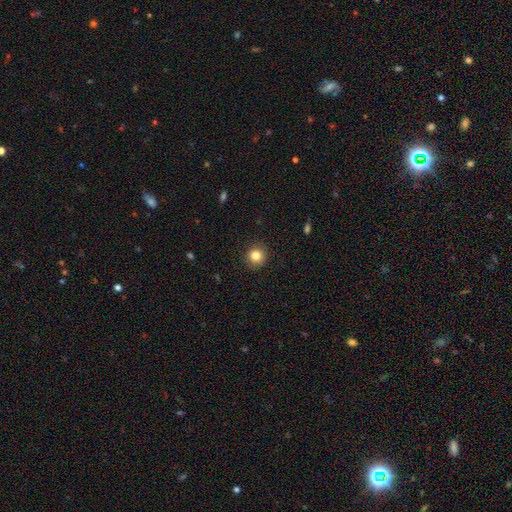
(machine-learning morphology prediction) smooth_or_featured: smooth (p=0.83) [alt: star or artifact p=0.11]
how_rounded: round (p=0.92) [alt: in between p=0.07]
merging: none (p=0.91) [alt: minor disturbance p=0.06]